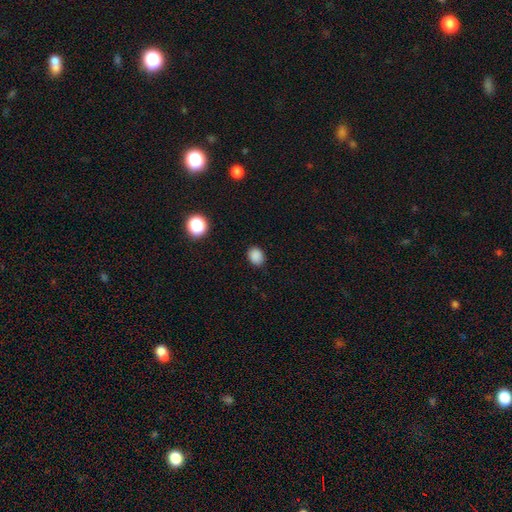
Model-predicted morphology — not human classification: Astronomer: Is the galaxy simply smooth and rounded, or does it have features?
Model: smooth — 86%.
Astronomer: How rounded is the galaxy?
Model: in between — 54% (runner-up: round, 45%).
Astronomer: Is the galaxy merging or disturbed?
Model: none — 85%.